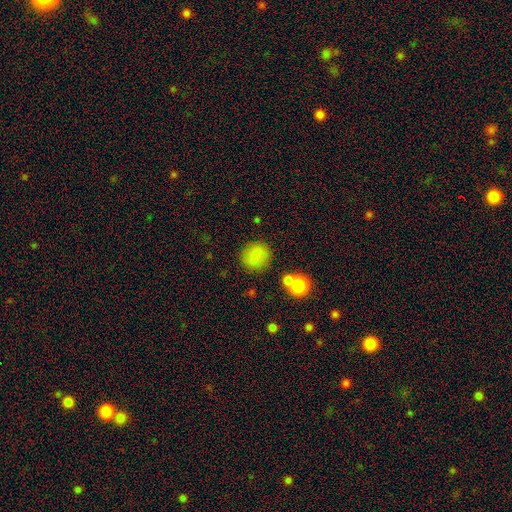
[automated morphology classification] This is likely a smooth galaxy (76%). How rounded: likely round (77%). Merging: likely none (80%).